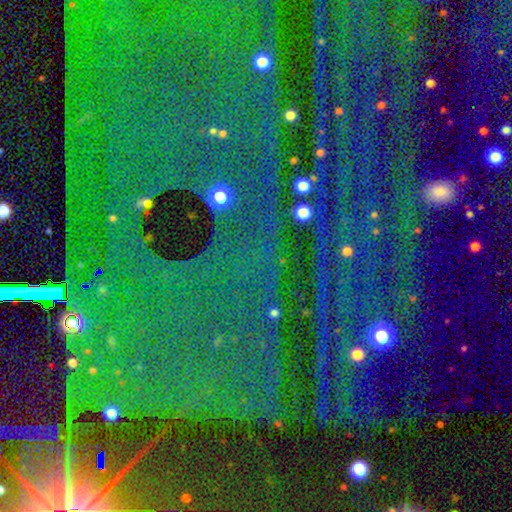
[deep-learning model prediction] The model was most divided on "smooth or featured": star or artifact: 87%, featured or disk: 7%, smooth: 6%.